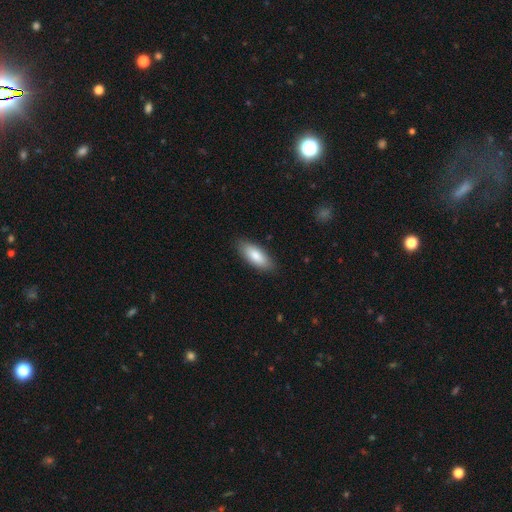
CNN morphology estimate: smooth 84%, featured or disk 11%, star or artifact 5%. Down the decision tree: how rounded — in between (78%); merging — none (86%).